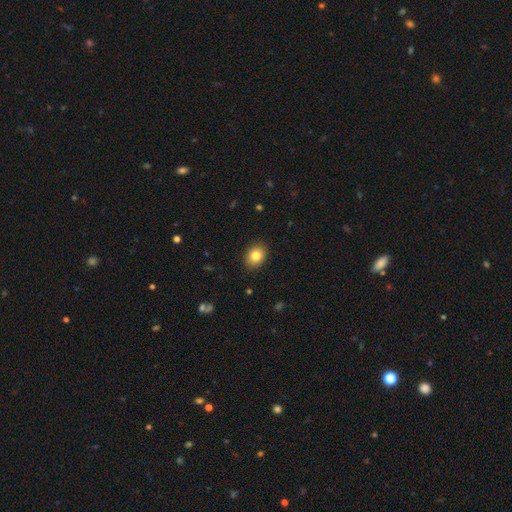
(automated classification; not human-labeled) A smooth galaxy with no disk features (82%) that is in between round and cigar-shaped (54%). Merging: none (89%).